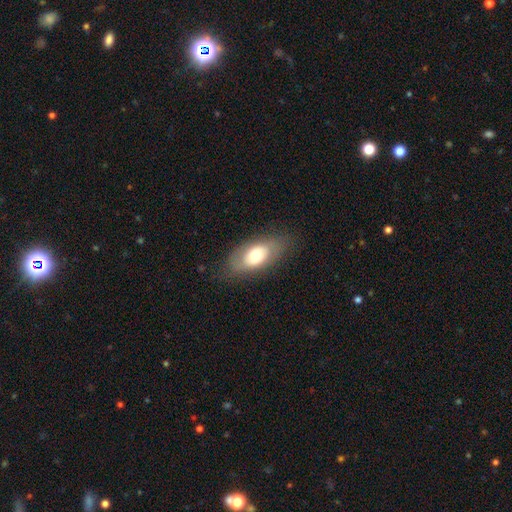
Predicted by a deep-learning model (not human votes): Smooth or featured: smooth — 63% (featured or disk — 29%)
How rounded: in between — 89% (round — 6%)
Merging: none — 74% (minor disturbance — 17%)